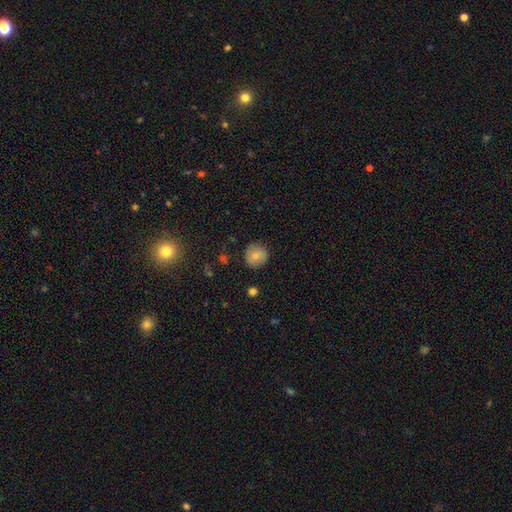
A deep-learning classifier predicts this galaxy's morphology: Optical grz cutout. It shows a smooth galaxy with no disk features (79%) that is round (93%). Merging: none (87%).